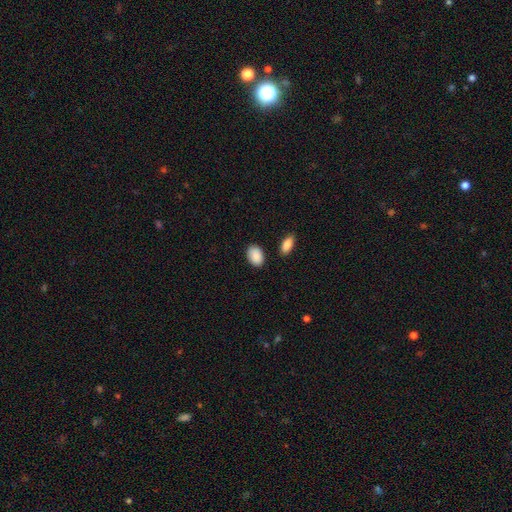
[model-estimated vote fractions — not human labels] Smooth or featured: smooth — 90% (star or artifact — 6%)
How rounded: in between — 88% (round — 11%)
Merging: none — 83% (minor disturbance — 11%)